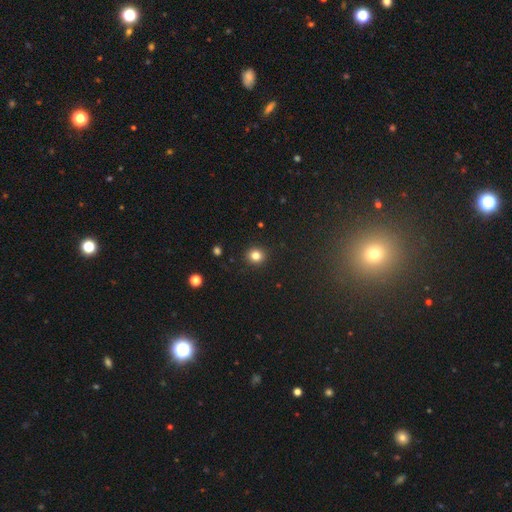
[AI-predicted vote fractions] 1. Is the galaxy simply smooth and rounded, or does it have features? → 82% smooth, 13% star or artifact, 5% featured or disk.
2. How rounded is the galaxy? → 89% round, 10% in between, 1% cigar-shaped.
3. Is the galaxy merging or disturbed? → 91% none, 6% minor disturbance, 2% major disturbance, 1% merger.